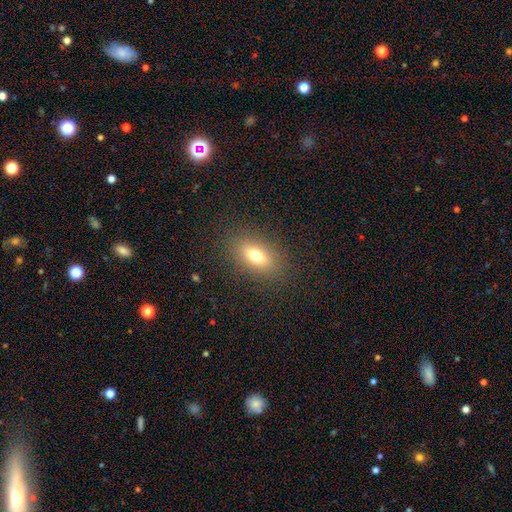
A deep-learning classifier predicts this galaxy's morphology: Smooth or featured? Predicted: smooth (p=0.72). How rounded? Predicted: in between (p=0.81). Merging? Predicted: none (p=0.86).